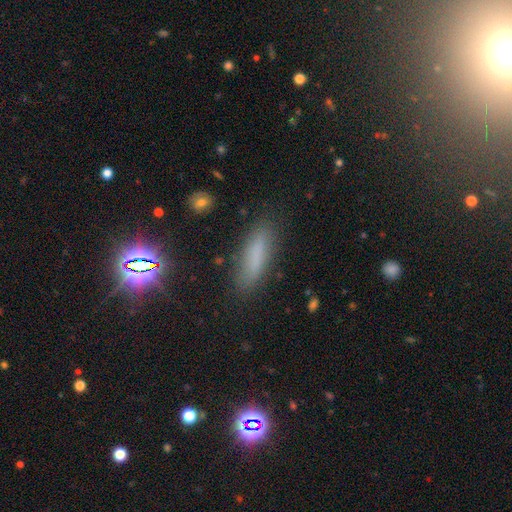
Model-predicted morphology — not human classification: Overall: smooth (70%). How rounded: cigar-shaped (67%; in between 31%). Merging: none (82%).